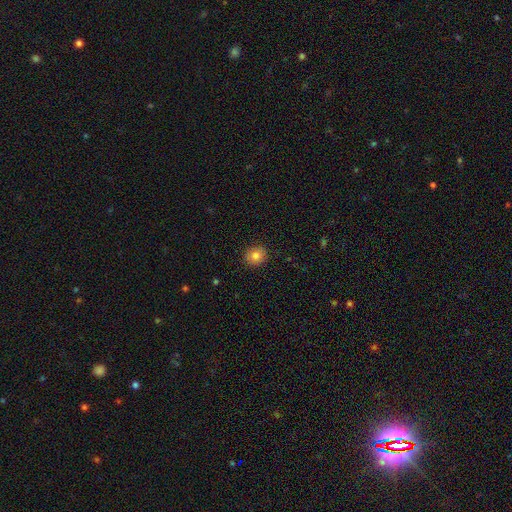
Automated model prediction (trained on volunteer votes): Overall: smooth (83%). How rounded: round (76%). Merging: none (90%).